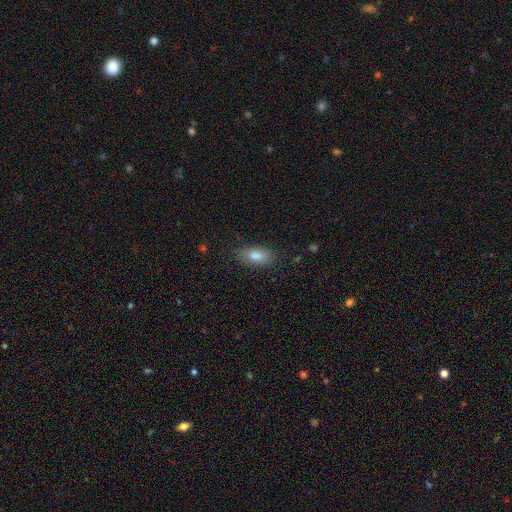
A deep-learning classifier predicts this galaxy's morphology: type=smooth (82%); roundness=in between (85%); merging=none (85%).